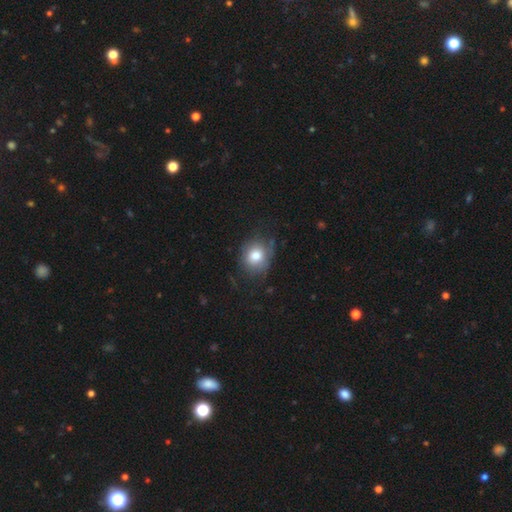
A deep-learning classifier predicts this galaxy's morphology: smooth 76%, featured or disk 14%, star or artifact 9%. Down the decision tree: how rounded — round (72%); merging — none (65%).